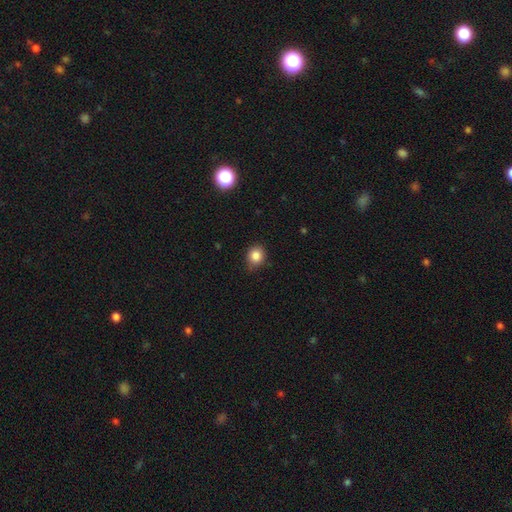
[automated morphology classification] Overall: smooth (84%). How rounded: round (68%; in between 31%). Merging: none (78%).